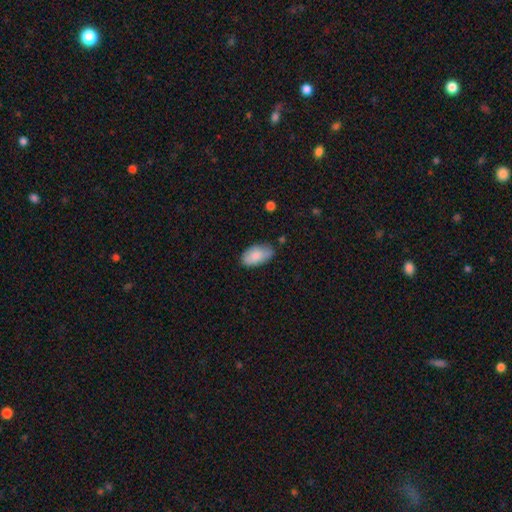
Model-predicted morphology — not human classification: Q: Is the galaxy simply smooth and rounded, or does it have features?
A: smooth — 85%.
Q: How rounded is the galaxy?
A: in between — 94%.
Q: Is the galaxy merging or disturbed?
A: none — 68%.